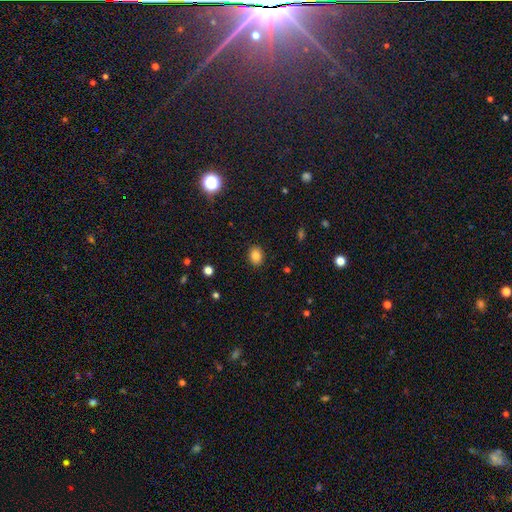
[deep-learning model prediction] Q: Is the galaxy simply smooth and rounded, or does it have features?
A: smooth — 84%.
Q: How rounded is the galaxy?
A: in between — 53%.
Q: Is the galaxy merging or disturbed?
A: none — 89%.